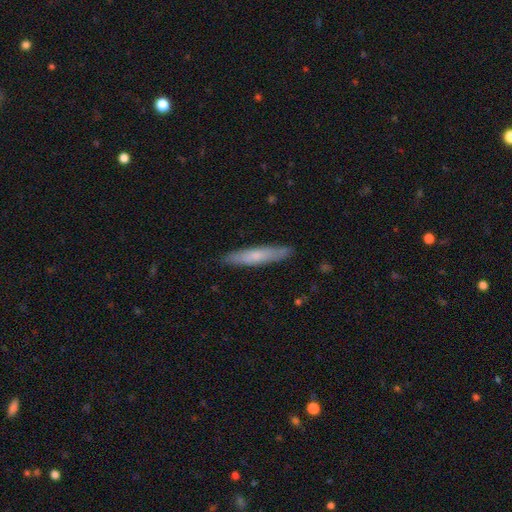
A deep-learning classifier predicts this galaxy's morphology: This is likely a smooth galaxy (60%). How rounded: clearly cigar-shaped (90%). Merging: clearly none (88%).